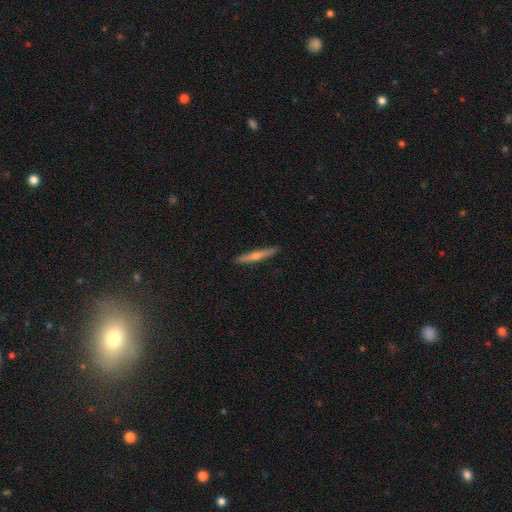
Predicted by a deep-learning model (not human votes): Smooth or featured: featured or disk — 56% (smooth — 38%)
Edge-on disk: yes — 97% (no — 3%)
Edge-on bulge: rounded — 78% (none — 18%)
Merging: none — 91% (minor disturbance — 7%)